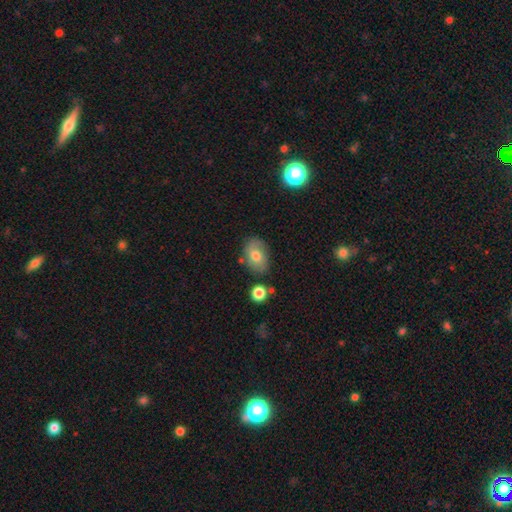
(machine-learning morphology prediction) This appears to be a smooth galaxy with no disk features (66%) that is in between round and cigar-shaped (79%). Merging: none (70%).